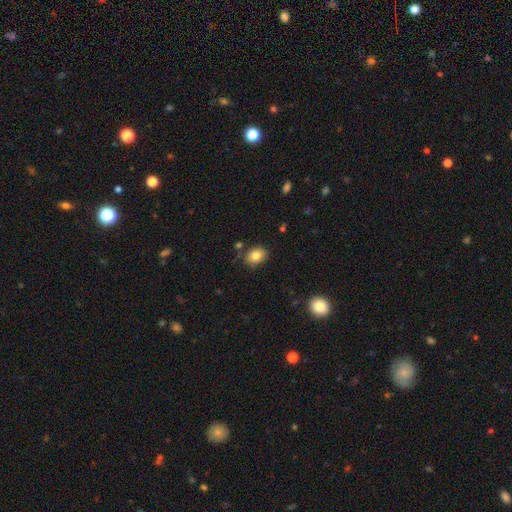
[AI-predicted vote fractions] Smooth or featured? smooth (82%)
How rounded? in between (65%)
Merging? none (79%)